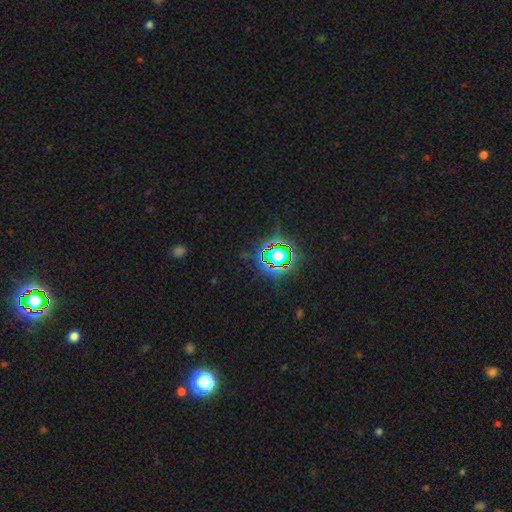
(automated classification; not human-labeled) A star or artifact, not a galaxy (78%).

Vote fractions:
- Smooth or featured? star or artifact: 78% / smooth: 14% / featured or disk: 8%